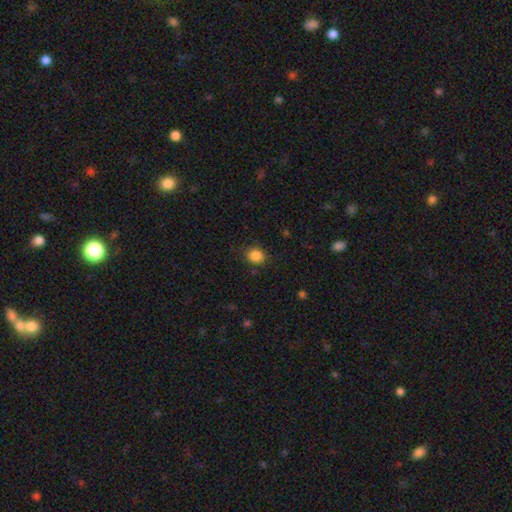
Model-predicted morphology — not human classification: Overall: smooth (86%). How rounded: round (78%). Merging: none (86%).